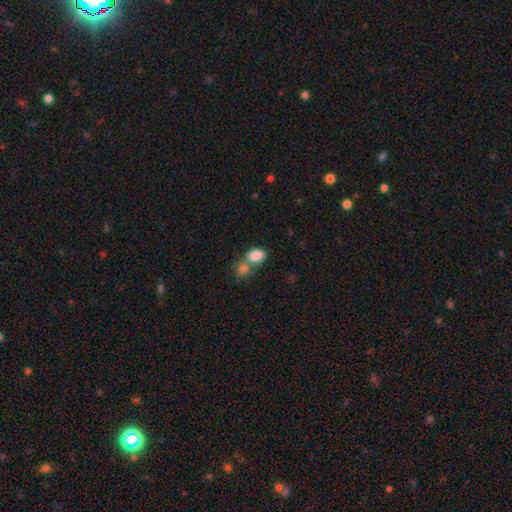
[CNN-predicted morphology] Smooth or featured: smooth — 85% (star or artifact — 8%)
How rounded: in between — 77% (round — 22%)
Merging: merger — 46% (none — 41%)